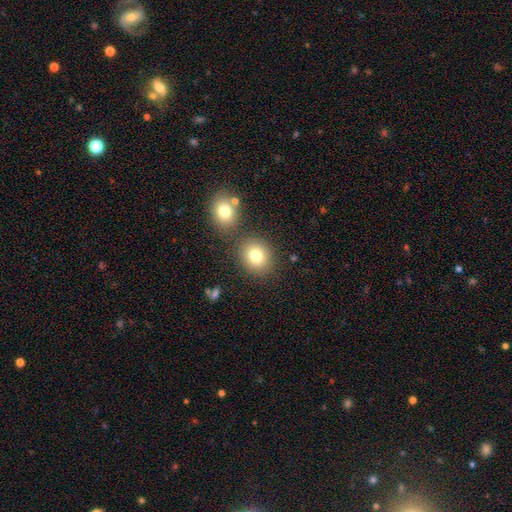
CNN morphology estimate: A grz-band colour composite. It shows a smooth galaxy with no disk features (80%) that is round (70%). Merging: none (74%).